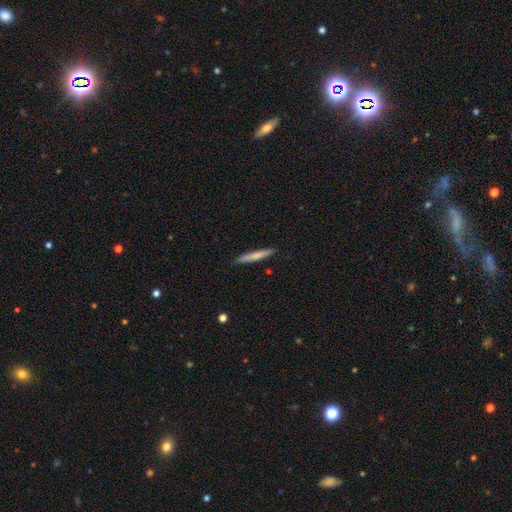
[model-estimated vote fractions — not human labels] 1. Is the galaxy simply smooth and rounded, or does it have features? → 68% smooth, 26% featured or disk, 6% star or artifact.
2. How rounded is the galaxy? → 95% cigar-shaped, 4% in between, 1% round.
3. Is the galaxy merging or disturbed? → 87% none, 10% minor disturbance, 2% major disturbance, 1% merger.